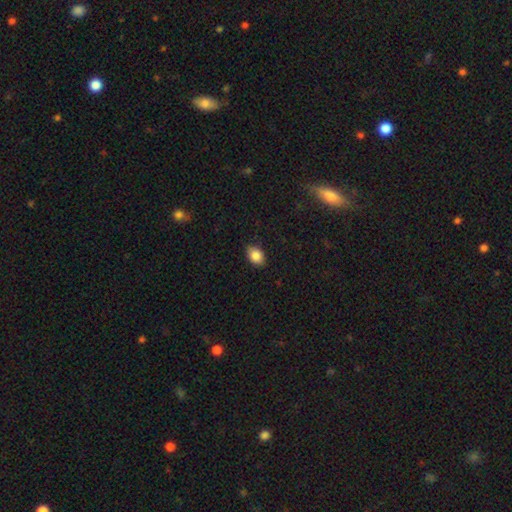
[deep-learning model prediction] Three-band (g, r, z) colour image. It shows a smooth galaxy with no disk features (85%) that is in between round and cigar-shaped (70%). Merging: none (79%).